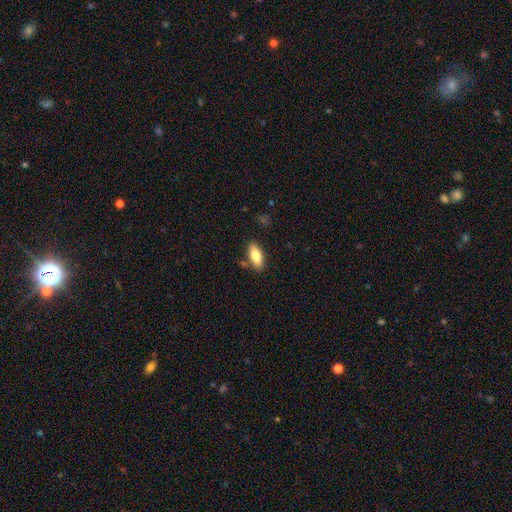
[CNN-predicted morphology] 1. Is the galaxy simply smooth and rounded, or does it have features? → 77% smooth, 16% featured or disk, 7% star or artifact.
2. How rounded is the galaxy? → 78% in between, 19% cigar-shaped, 3% round.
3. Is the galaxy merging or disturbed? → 83% none, 11% minor disturbance, 3% merger, 2% major disturbance.